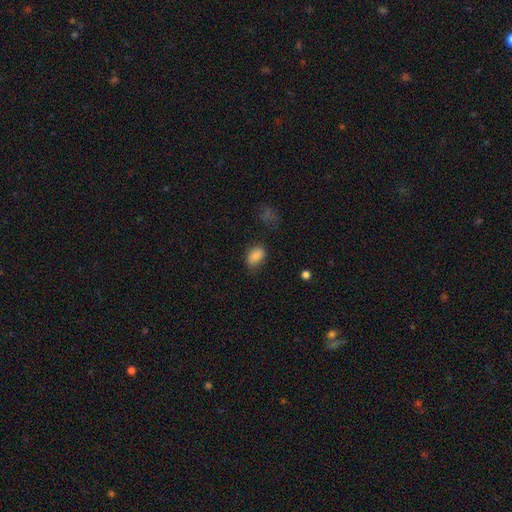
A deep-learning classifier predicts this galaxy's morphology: type=smooth (86%); roundness=in between (86%); merging=none (71%).